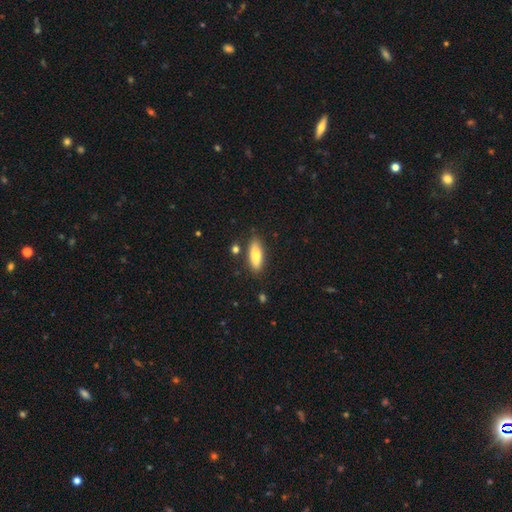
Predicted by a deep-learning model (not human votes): Smooth or featured? Predicted: smooth (p=0.82). How rounded? Predicted: in between (p=0.65). Merging? Predicted: none (p=0.82).